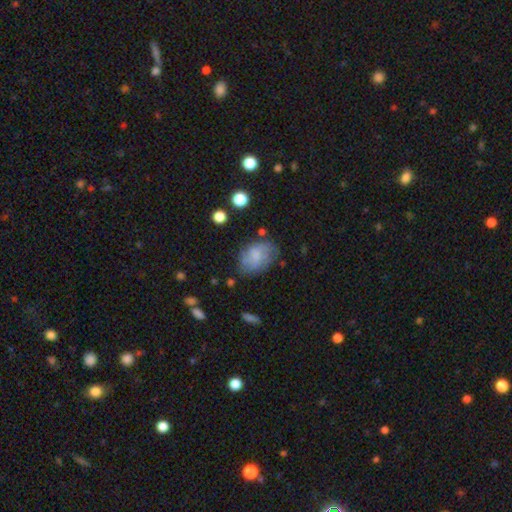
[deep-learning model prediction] Q: Smooth or featured?
A: smooth (61%); runner-up: featured or disk (31%)
Q: How rounded?
A: in between (79%); runner-up: round (20%)
Q: Merging?
A: none (63%); runner-up: minor disturbance (25%)